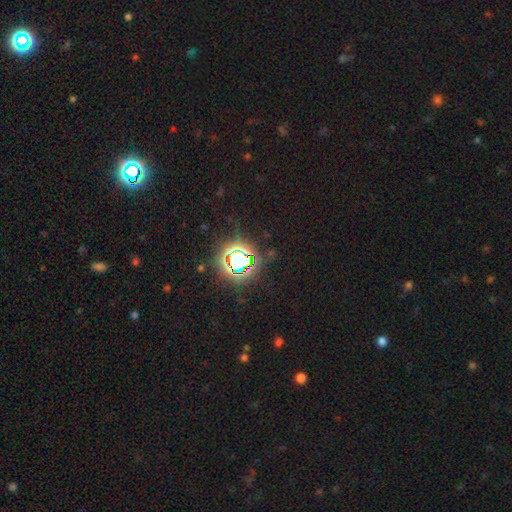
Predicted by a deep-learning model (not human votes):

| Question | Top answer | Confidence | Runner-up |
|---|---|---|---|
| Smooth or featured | star or artifact | 81% | smooth (13%) |